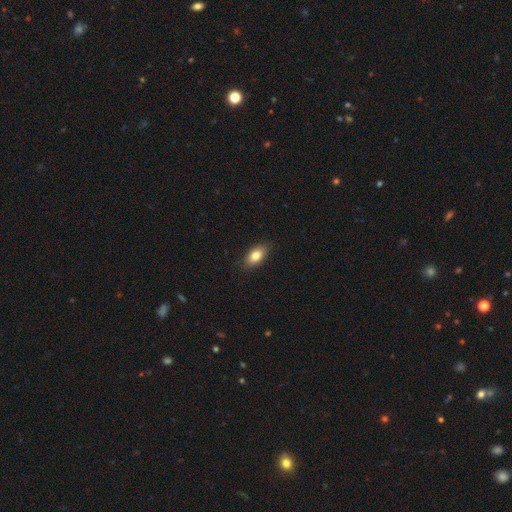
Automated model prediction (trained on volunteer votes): smooth-or-featured: smooth: 83% | featured or disk: 10% | star or artifact: 8%
  how-rounded: in between: 90% | round: 6% | cigar-shaped: 4%
  merging: none: 86% | minor disturbance: 11% | major disturbance: 2% | merger: 1%